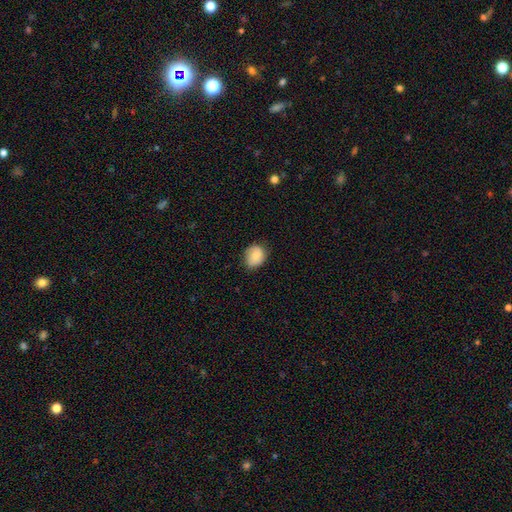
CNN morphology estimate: The model was most divided on "how rounded": round: 57%, in between: 42%, cigar-shaped: 1%. More confident: smooth or featured — smooth (77%); merging — none (71%).